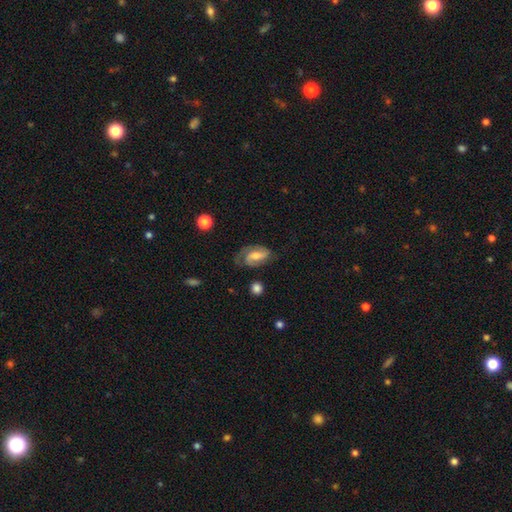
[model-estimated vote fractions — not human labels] This is likely a featured or disk galaxy (68%). It is clearly not viewed edge-on (96%). Bar: possibly weak (45%). Spiral arm pattern: clearly yes (92%). Spiral arm count: likely 2 (70%). Spiral winding: possibly medium (45%). Central bulge: marginally moderate (45%). Merging: possibly none (56%).